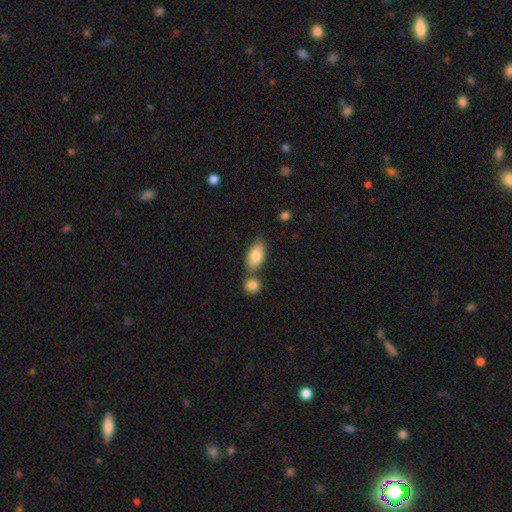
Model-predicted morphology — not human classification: This appears to be a smooth galaxy with no disk features (82%) that is in between round and cigar-shaped (91%). Merging: none (61%).